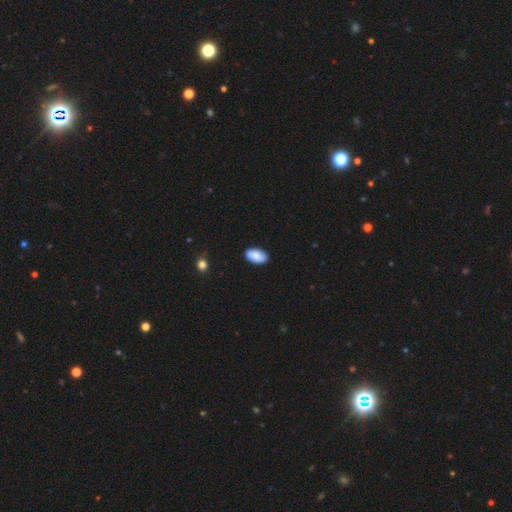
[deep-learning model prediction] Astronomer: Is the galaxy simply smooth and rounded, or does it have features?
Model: smooth — 86%.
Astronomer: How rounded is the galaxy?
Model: in between — 95%.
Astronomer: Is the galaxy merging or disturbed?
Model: none — 88%.